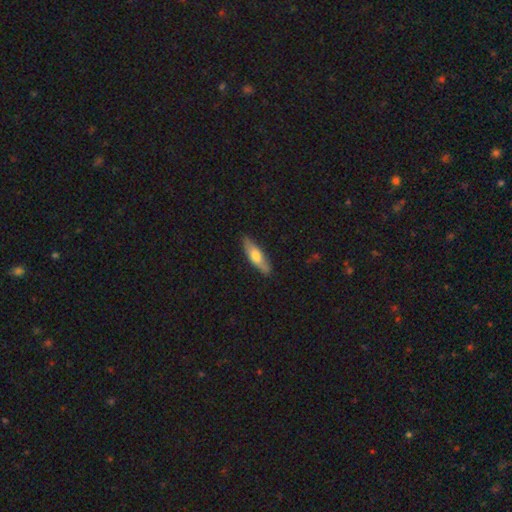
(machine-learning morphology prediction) Smooth or featured?
  - smooth: 62% *
  - featured or disk: 33%
  - star or artifact: 5%
How rounded?
  - cigar-shaped: 53% *
  - in between: 45%
  - round: 2%
Merging?
  - none: 83% *
  - minor disturbance: 13%
  - major disturbance: 2%
  - merger: 1%